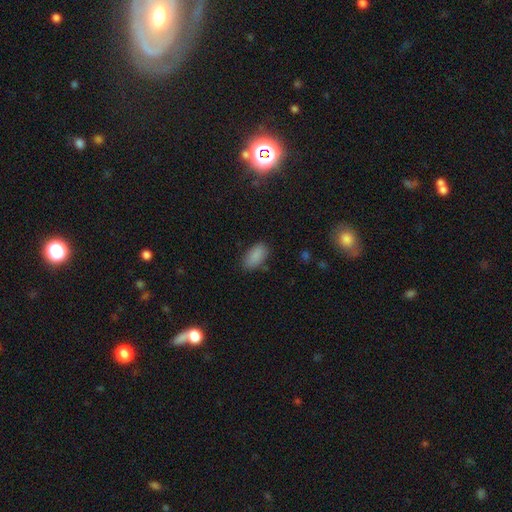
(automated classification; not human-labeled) A smooth galaxy with no disk features (88%) that is in between round and cigar-shaped (93%).

Vote fractions:
- Smooth or featured? smooth: 88% / star or artifact: 8% / featured or disk: 4%
- How rounded? in between: 93% / cigar-shaped: 3% / round: 3%
- Merging? none: 82% / minor disturbance: 13% / major disturbance: 3% / merger: 2%